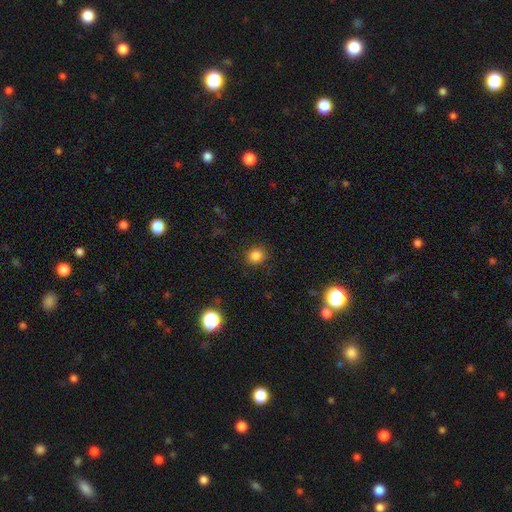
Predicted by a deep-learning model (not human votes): A smooth galaxy with no disk features (83%) that is round (84%).

Vote fractions:
- Smooth or featured? smooth: 83% / star or artifact: 13% / featured or disk: 4%
- How rounded? round: 84% / in between: 15% / cigar-shaped: 1%
- Merging? none: 89% / minor disturbance: 7% / major disturbance: 3% / merger: 1%